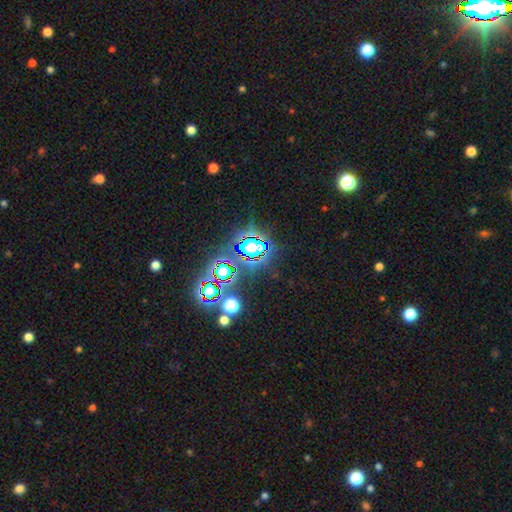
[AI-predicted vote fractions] star or artifact 79%, smooth 13%, featured or disk 9%.